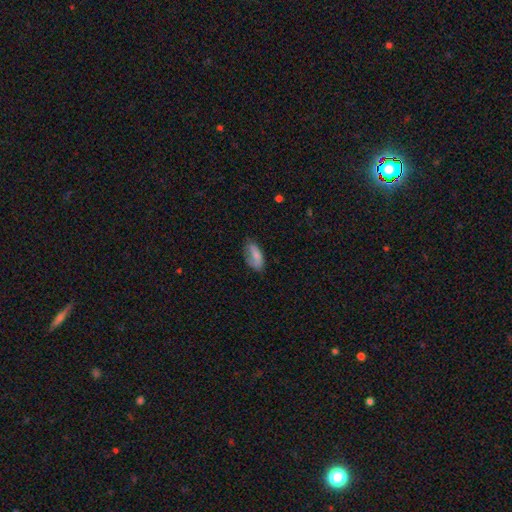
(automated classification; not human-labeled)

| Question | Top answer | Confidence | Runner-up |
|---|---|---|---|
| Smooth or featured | smooth | 69% | featured or disk (23%) |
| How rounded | in between | 88% | cigar-shaped (9%) |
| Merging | none | 55% | minor disturbance (30%) |